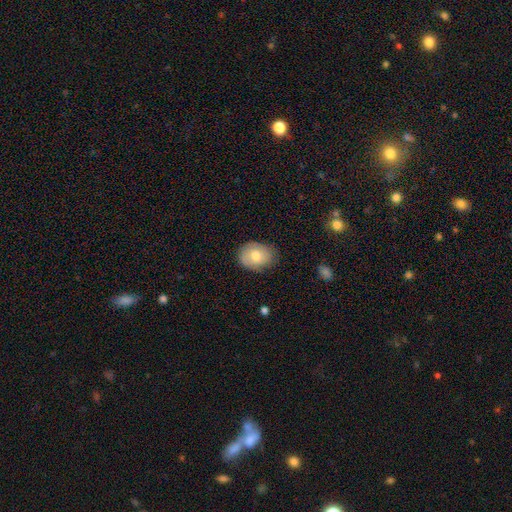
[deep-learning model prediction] Morphology: type=smooth (74%); roundness=in between (64%); merging=none (75%).